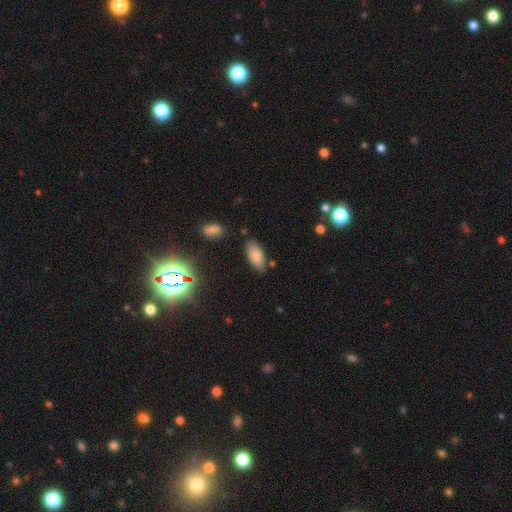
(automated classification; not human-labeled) This appears to be a smooth galaxy with no disk features (83%) that is in between round and cigar-shaped (90%). Merging: none (80%).